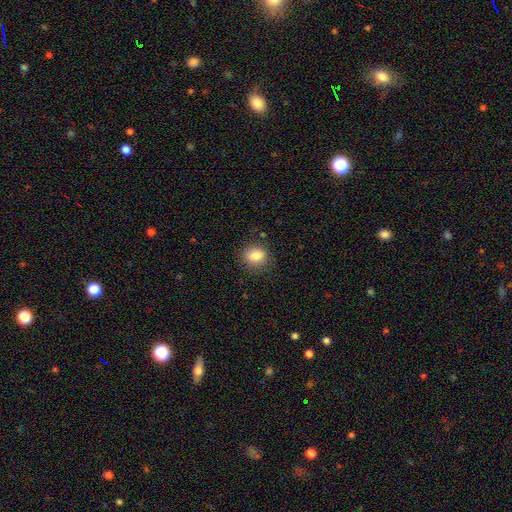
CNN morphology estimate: A smooth galaxy with no disk features (83%) that is round (69%).

Vote fractions:
- Smooth or featured? smooth: 83% / star or artifact: 10% / featured or disk: 7%
- How rounded? round: 69% / in between: 30% / cigar-shaped: 1%
- Merging? none: 84% / minor disturbance: 11% / major disturbance: 3% / merger: 1%